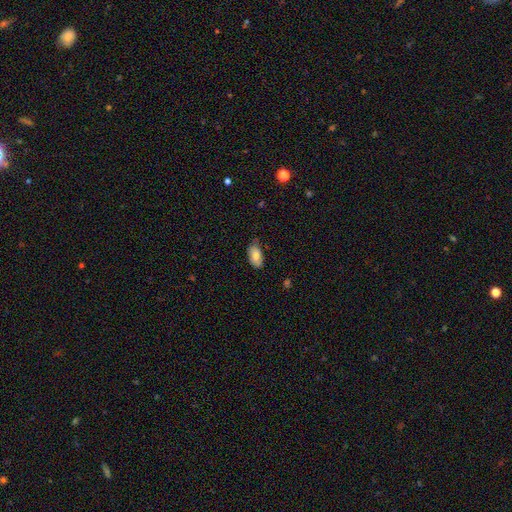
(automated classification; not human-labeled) The model was most divided on "merging": none: 68%, minor disturbance: 26%, major disturbance: 4%, merger: 1%. More confident: how rounded — in between (94%); smooth or featured — smooth (75%).